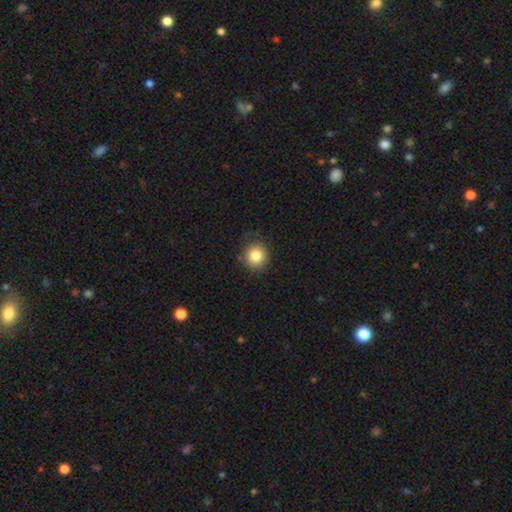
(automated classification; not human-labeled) This appears to be a smooth galaxy with no disk features (83%) that is round (89%). Merging: none (83%).